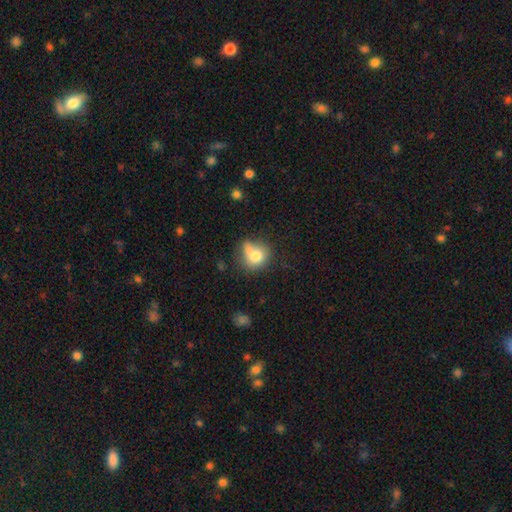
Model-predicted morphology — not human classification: type=smooth (74%); roundness=round (71%); merging=none (44%).